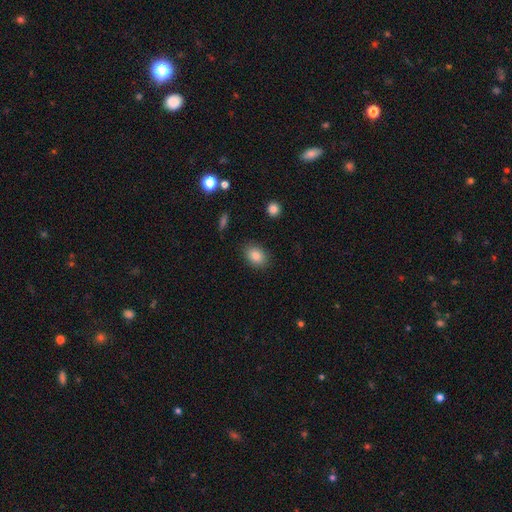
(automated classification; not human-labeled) This appears to be a smooth galaxy with no disk features (83%) that is in between round and cigar-shaped (73%). Merging: none (87%).